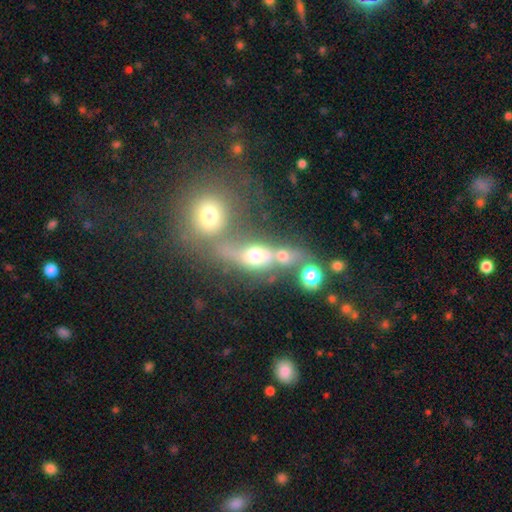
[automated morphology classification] Q: Smooth or featured?
A: smooth (51%); runner-up: featured or disk (33%)
Q: How rounded?
A: in between (46%); runner-up: round (44%)
Q: Merging?
A: merger (64%); runner-up: none (19%)